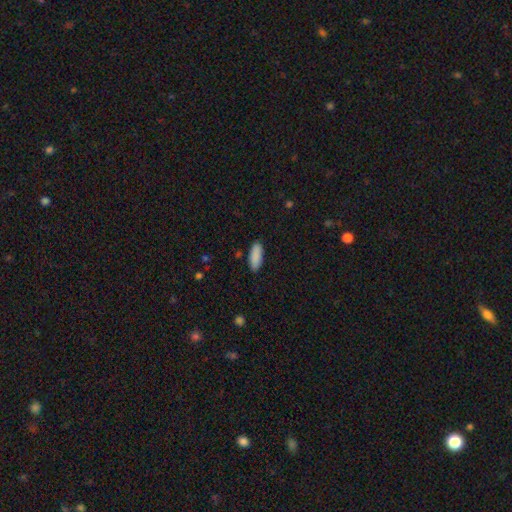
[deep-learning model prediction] Q: Smooth or featured?
A: smooth (90%); runner-up: star or artifact (6%)
Q: How rounded?
A: in between (71%); runner-up: cigar-shaped (28%)
Q: Merging?
A: none (89%); runner-up: minor disturbance (8%)